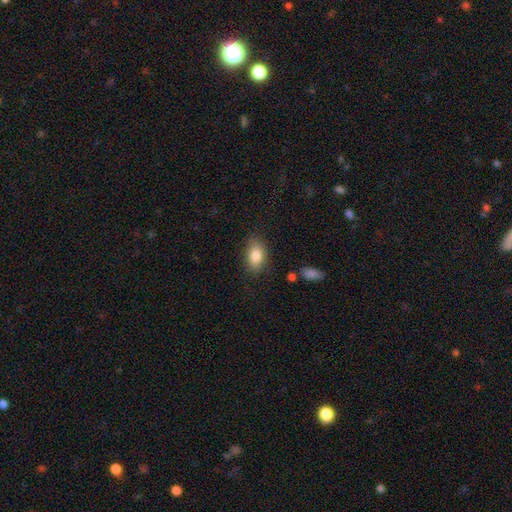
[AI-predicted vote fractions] A smooth galaxy with no disk features (84%) that is in between round and cigar-shaped (89%).

Vote fractions:
- Smooth or featured? smooth: 84% / featured or disk: 8% / star or artifact: 8%
- How rounded? in between: 89% / round: 9% / cigar-shaped: 2%
- Merging? none: 78% / minor disturbance: 16% / major disturbance: 4% / merger: 2%